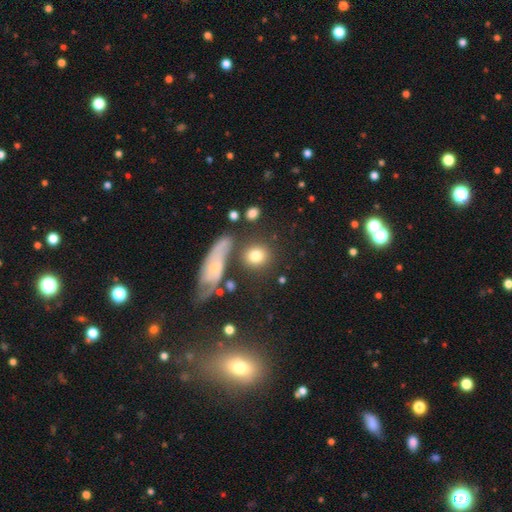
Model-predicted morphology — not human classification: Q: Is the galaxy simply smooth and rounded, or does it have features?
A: smooth — 77%.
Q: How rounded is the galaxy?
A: round — 76%.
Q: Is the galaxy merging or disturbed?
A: none — 68%.